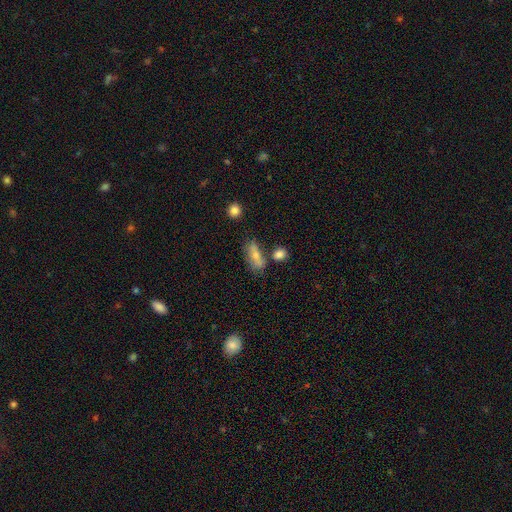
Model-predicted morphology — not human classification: smooth_or_featured: smooth (p=0.67) [alt: featured or disk p=0.25]
how_rounded: in between (p=0.71) [alt: cigar-shaped p=0.24]
merging: none (p=0.55) [alt: minor disturbance p=0.21]